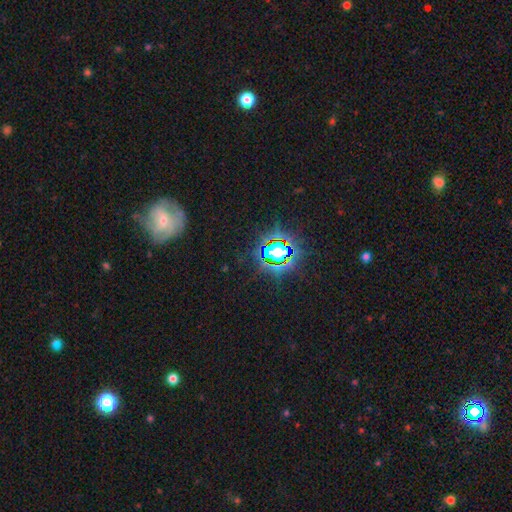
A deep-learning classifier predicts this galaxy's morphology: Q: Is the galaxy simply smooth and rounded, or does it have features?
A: star or artifact — 75%.